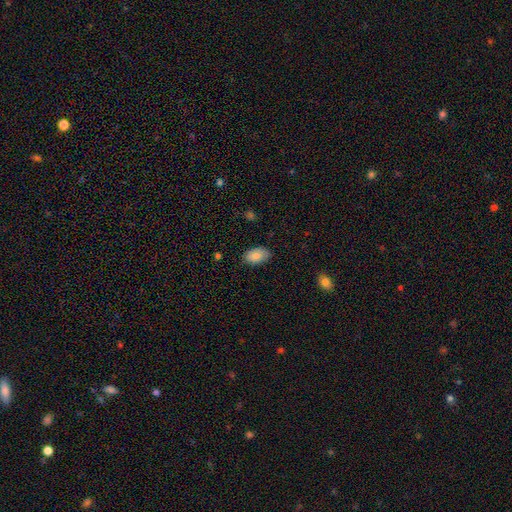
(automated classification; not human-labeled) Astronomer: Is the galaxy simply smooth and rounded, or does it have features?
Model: smooth — 85%.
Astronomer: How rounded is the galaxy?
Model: in between — 93%.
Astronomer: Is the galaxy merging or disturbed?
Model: none — 80%.